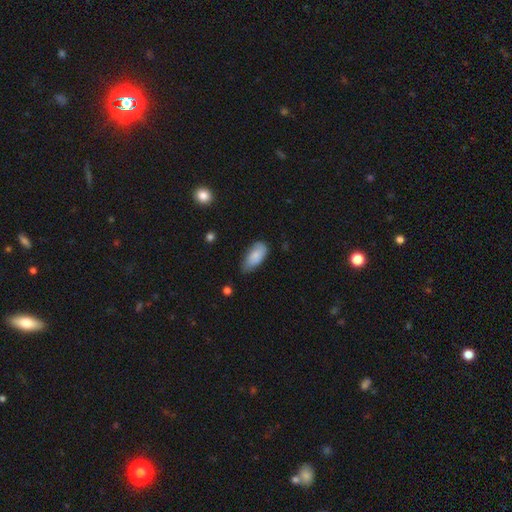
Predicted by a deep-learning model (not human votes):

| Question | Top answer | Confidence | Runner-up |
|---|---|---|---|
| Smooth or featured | smooth | 80% | featured or disk (14%) |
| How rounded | in between | 90% | cigar-shaped (8%) |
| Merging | none | 50% | minor disturbance (40%) |